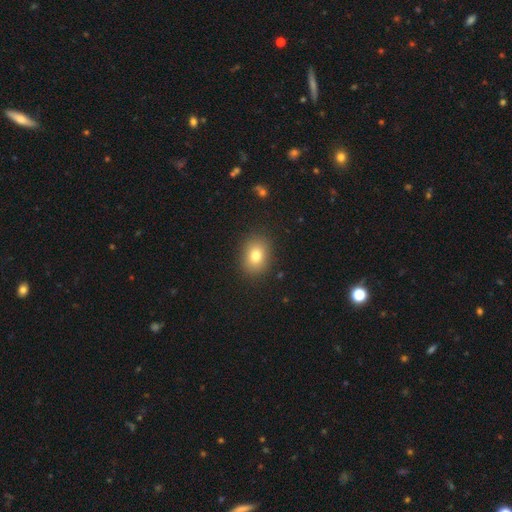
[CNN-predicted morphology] smooth_or_featured: smooth (p=0.79) [alt: star or artifact p=0.11]
how_rounded: in between (p=0.58) [alt: round p=0.41]
merging: none (p=0.88) [alt: minor disturbance p=0.08]